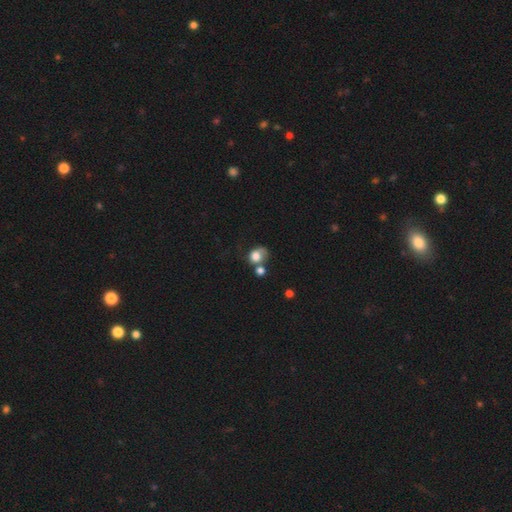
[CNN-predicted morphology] This is likely a smooth galaxy (68%). How rounded: likely round (63%). Merging: marginally none (30%).